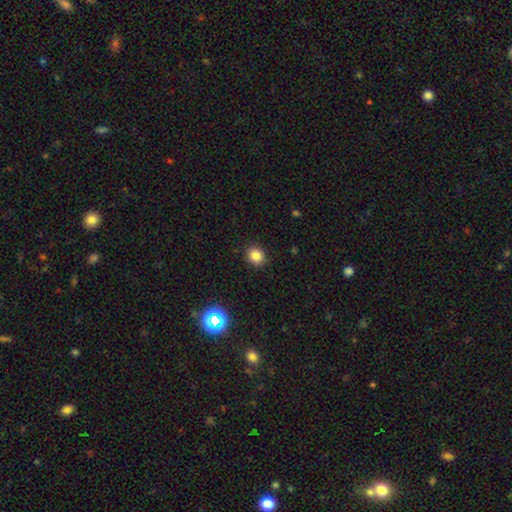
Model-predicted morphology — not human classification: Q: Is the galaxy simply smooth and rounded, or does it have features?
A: smooth — 83%.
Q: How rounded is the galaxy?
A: round — 78%.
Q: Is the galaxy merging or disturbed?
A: none — 90%.